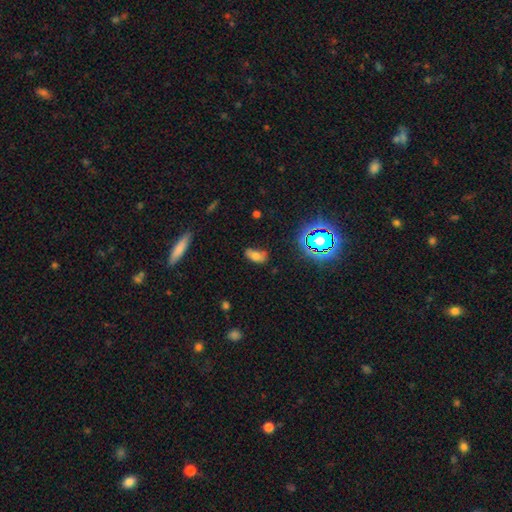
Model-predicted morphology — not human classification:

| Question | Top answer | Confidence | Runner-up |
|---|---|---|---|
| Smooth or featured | smooth | 66% | star or artifact (19%) |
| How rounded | in between | 89% | round (6%) |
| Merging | none | 52% | minor disturbance (30%) |